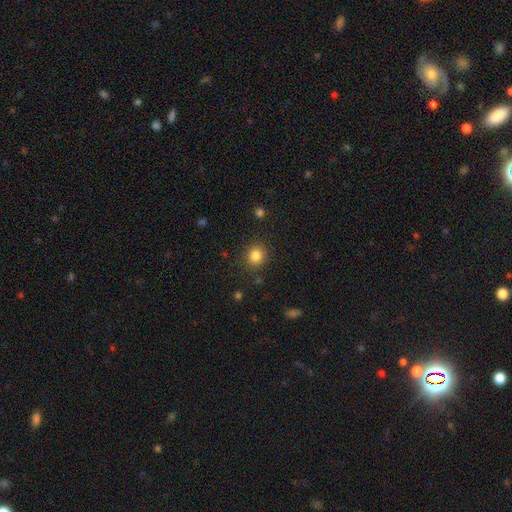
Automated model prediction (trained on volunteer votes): smooth-or-featured: smooth: 83% | star or artifact: 12% | featured or disk: 5%
  how-rounded: round: 82% | in between: 17% | cigar-shaped: 1%
  merging: none: 87% | minor disturbance: 8% | major disturbance: 3% | merger: 2%